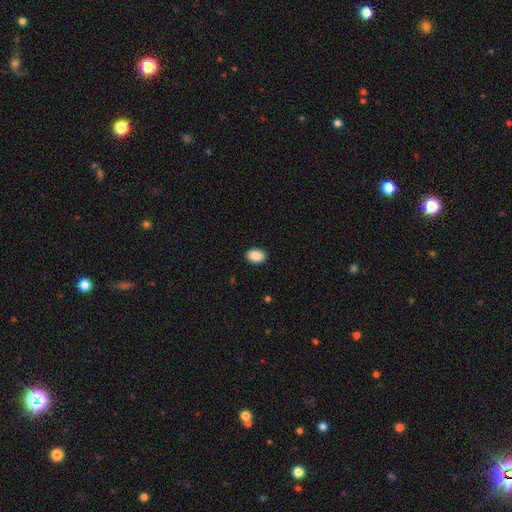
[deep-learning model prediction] smooth_or_featured: smooth (p=0.91) [alt: star or artifact p=0.07]
how_rounded: in between (p=0.83) [alt: round p=0.16]
merging: none (p=0.91) [alt: minor disturbance p=0.07]